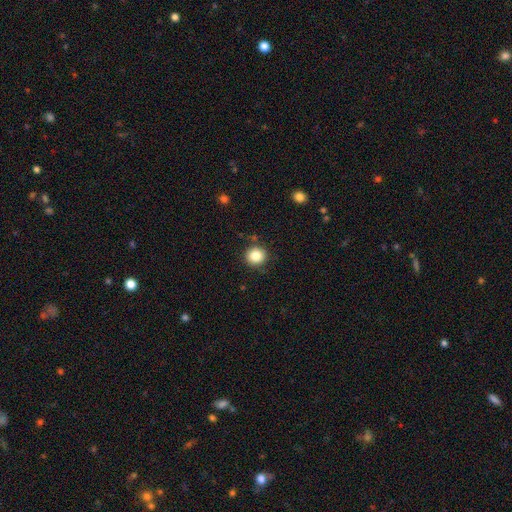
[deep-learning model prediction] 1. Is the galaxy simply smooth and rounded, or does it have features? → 84% smooth, 10% star or artifact, 5% featured or disk.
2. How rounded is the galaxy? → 92% round, 7% in between, 1% cigar-shaped.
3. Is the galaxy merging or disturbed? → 87% none, 8% minor disturbance, 2% major disturbance, 2% merger.